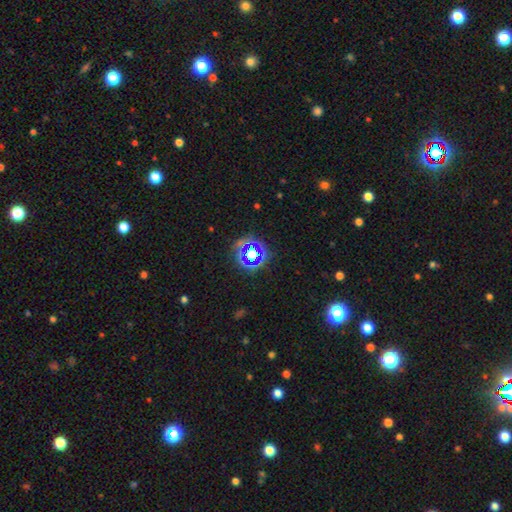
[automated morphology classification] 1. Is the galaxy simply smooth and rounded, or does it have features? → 62% star or artifact, 30% smooth, 8% featured or disk.